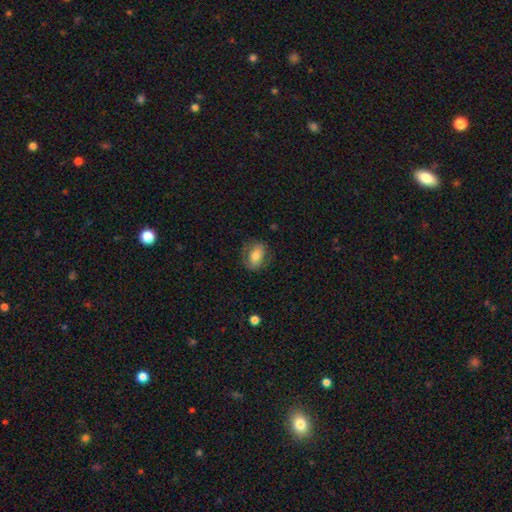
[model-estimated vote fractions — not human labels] Smooth or featured: smooth — 68% (featured or disk — 25%)
How rounded: in between — 78% (round — 20%)
Merging: none — 70% (minor disturbance — 19%)